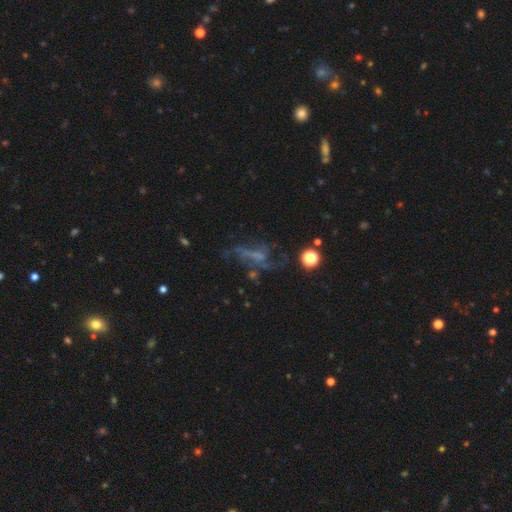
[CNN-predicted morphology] A featured or disk galaxy (55%). Merging: none (43%).